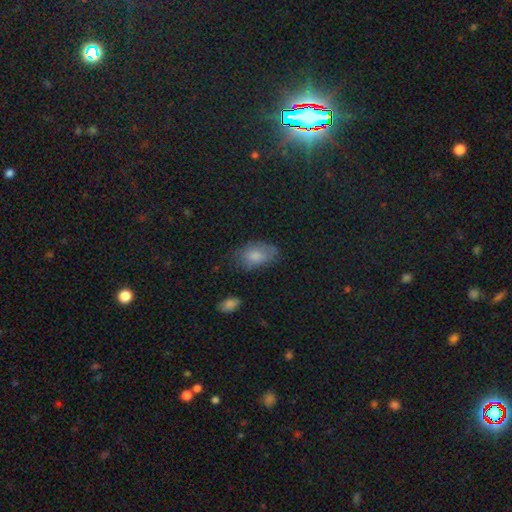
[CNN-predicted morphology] Q: Smooth or featured?
A: smooth (79%); runner-up: featured or disk (12%)
Q: How rounded?
A: in between (91%); runner-up: round (7%)
Q: Merging?
A: none (64%); runner-up: minor disturbance (26%)